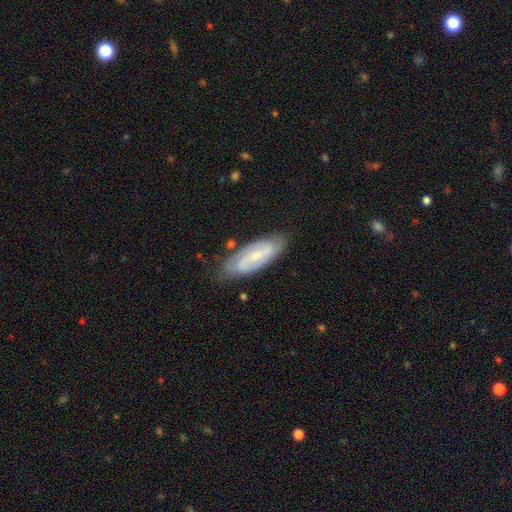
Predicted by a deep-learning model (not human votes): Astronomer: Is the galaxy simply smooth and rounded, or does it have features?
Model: featured or disk — 75%.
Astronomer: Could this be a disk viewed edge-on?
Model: no — 90%.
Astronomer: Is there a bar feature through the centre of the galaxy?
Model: weak — 45% (runner-up: no, 30%).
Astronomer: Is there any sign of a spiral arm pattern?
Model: yes — 91%.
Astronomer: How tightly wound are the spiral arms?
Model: medium — 42% (runner-up: tight, 33%).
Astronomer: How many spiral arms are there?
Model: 2 — 83%.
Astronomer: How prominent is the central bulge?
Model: small — 67%.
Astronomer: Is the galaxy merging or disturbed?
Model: none — 80%.